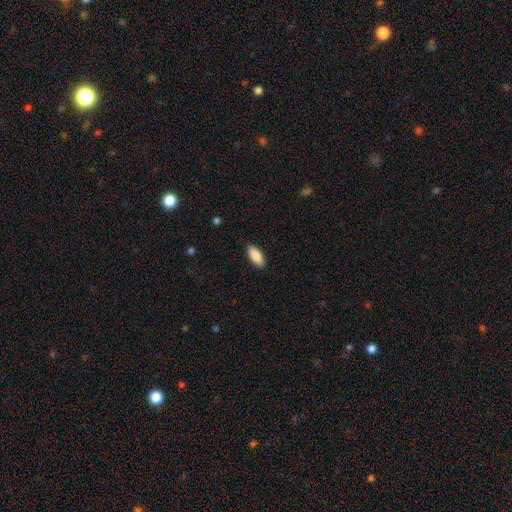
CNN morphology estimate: A smooth galaxy with no disk features (87%) that is in between round and cigar-shaped (84%). Merging: none (89%).